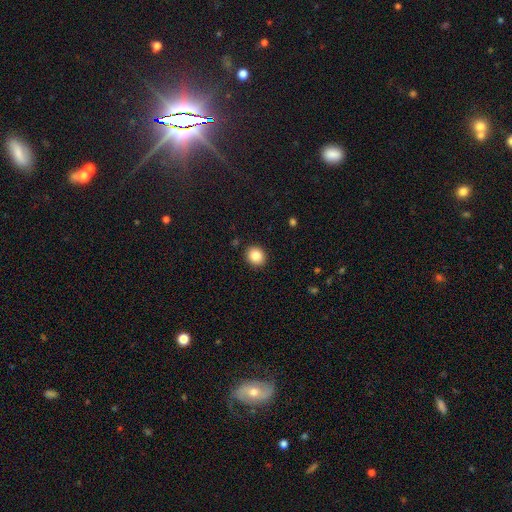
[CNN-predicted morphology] The model was most divided on "how rounded": round: 73%, in between: 27%, cigar-shaped: 1%. More confident: merging — none (91%); smooth or featured — smooth (85%).